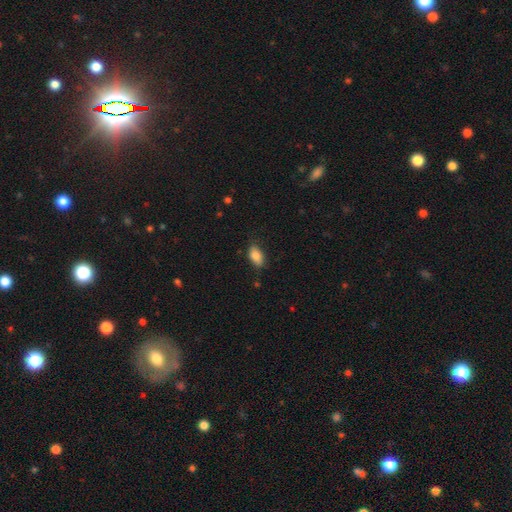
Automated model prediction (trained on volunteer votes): smooth_or_featured: smooth (p=0.85) [alt: star or artifact p=0.08]
how_rounded: in between (p=0.90) [alt: round p=0.05]
merging: none (p=0.74) [alt: minor disturbance p=0.21]